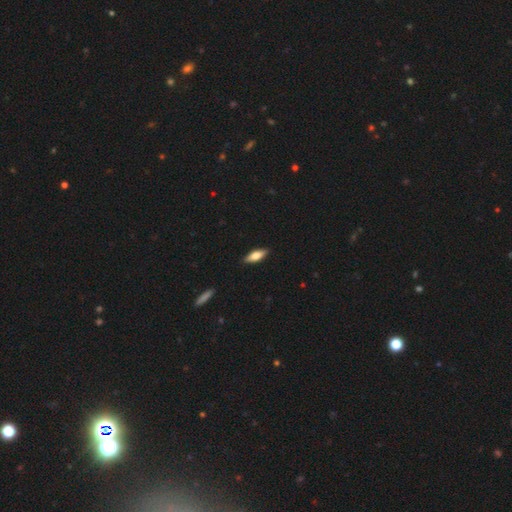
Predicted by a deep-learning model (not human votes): Smooth or featured? Predicted: smooth (p=0.68). How rounded? Predicted: in between (p=0.63). Merging? Predicted: none (p=0.89).